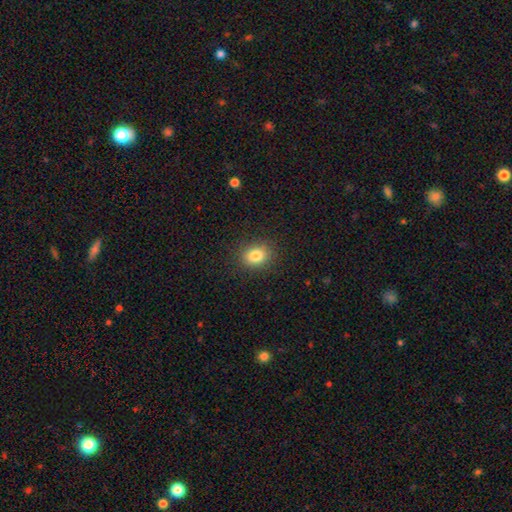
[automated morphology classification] smooth-or-featured: smooth: 83% | star or artifact: 10% | featured or disk: 6%
  how-rounded: round: 51% | in between: 48% | cigar-shaped: 1%
  merging: none: 88% | minor disturbance: 8% | major disturbance: 3% | merger: 1%